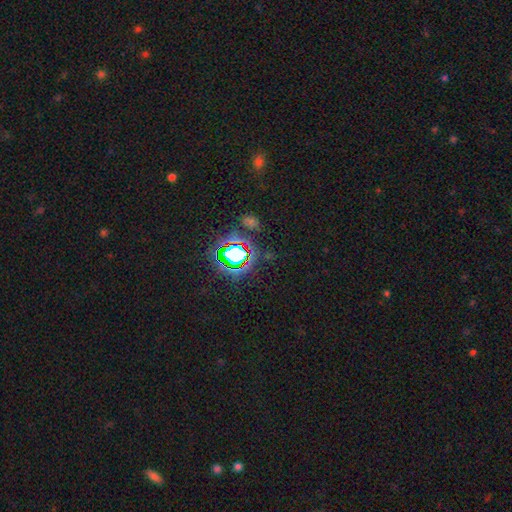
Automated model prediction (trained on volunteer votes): smooth-or-featured: star or artifact: 81% | smooth: 12% | featured or disk: 7%